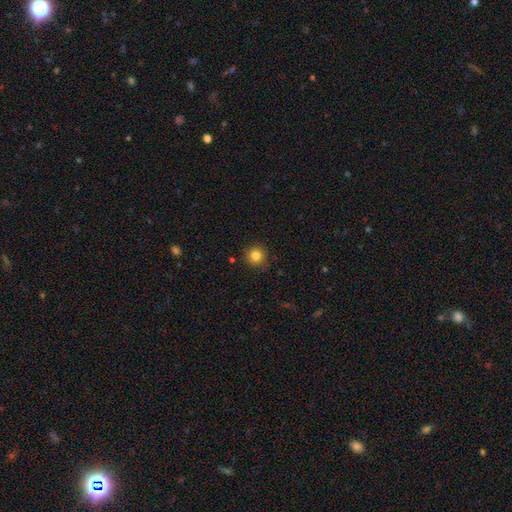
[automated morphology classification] Q: Smooth or featured?
A: smooth (83%); runner-up: star or artifact (11%)
Q: How rounded?
A: round (94%); runner-up: in between (5%)
Q: Merging?
A: none (88%); runner-up: minor disturbance (9%)